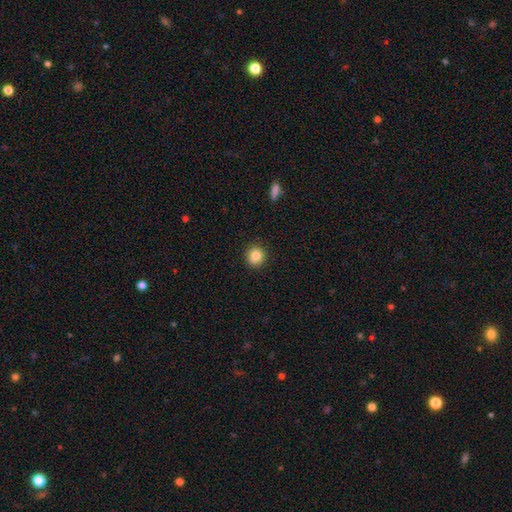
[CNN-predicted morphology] A smooth galaxy with no disk features (84%) that is round (89%). Merging: none (91%).